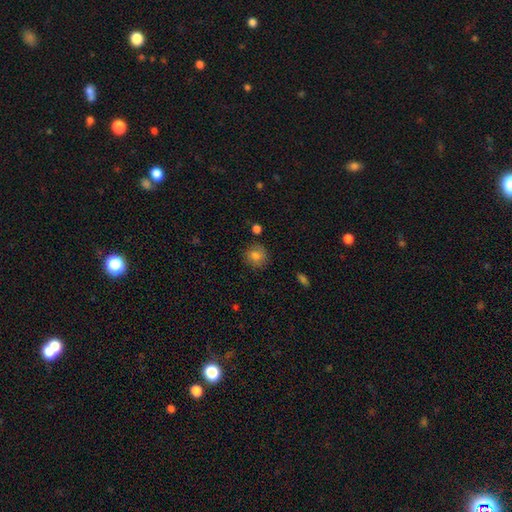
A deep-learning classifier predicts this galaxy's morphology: Q: Smooth or featured?
A: smooth (82%); runner-up: star or artifact (10%)
Q: How rounded?
A: round (88%); runner-up: in between (11%)
Q: Merging?
A: none (83%); runner-up: minor disturbance (12%)